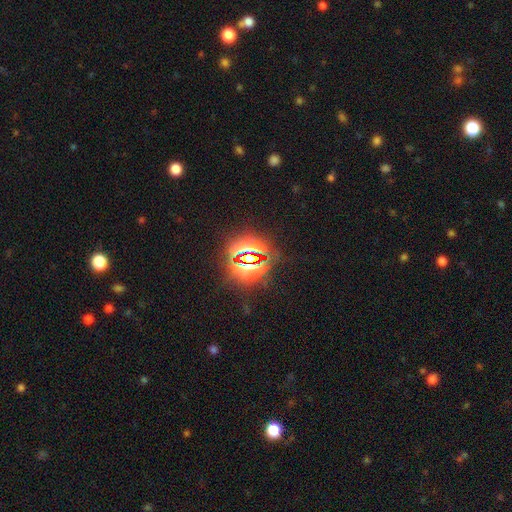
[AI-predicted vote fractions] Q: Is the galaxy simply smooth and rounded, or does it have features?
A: star or artifact — 81%.